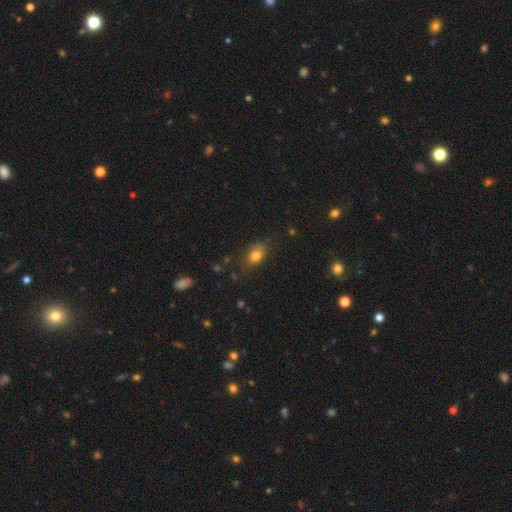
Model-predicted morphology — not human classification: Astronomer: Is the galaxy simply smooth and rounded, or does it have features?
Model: smooth — 78%.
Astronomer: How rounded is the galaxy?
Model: in between — 80%.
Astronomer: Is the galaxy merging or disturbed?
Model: none — 69%.